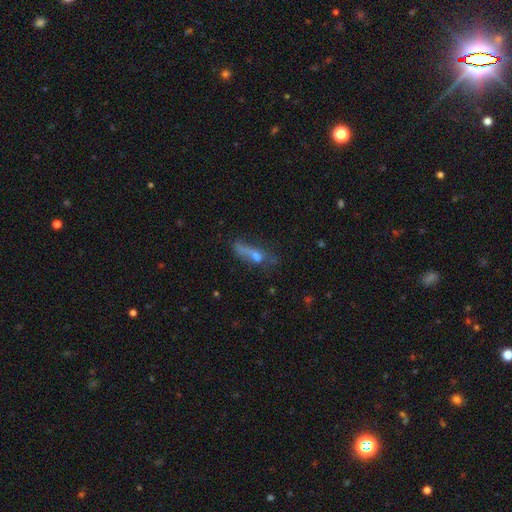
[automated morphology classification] A smooth galaxy with no disk features (42%, tied with featured or disk).

Vote fractions:
- Smooth or featured? smooth: 42% (tied) / featured or disk: 42% (tied) / star or artifact: 17%
- Merging? none: 45% / minor disturbance: 25% / major disturbance: 23% / merger: 8%